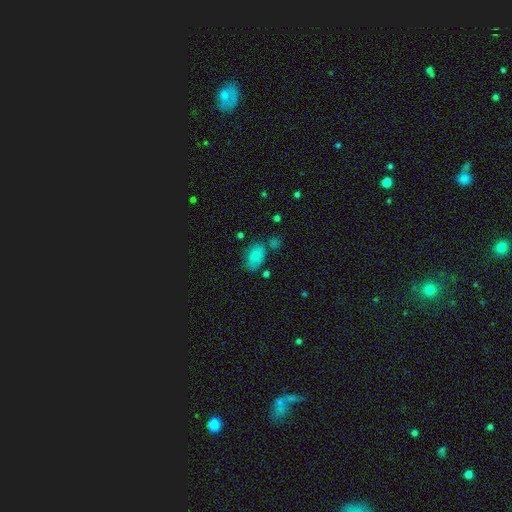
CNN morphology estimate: Smooth or featured? smooth (82%)
How rounded? in between (89%)
Merging? none (63%)